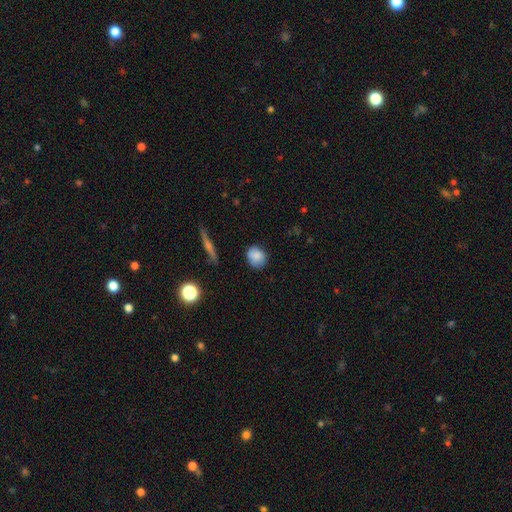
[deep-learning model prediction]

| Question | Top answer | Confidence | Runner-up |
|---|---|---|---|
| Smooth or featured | smooth | 84% | star or artifact (9%) |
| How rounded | round | 68% | in between (30%) |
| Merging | none | 76% | minor disturbance (18%) |